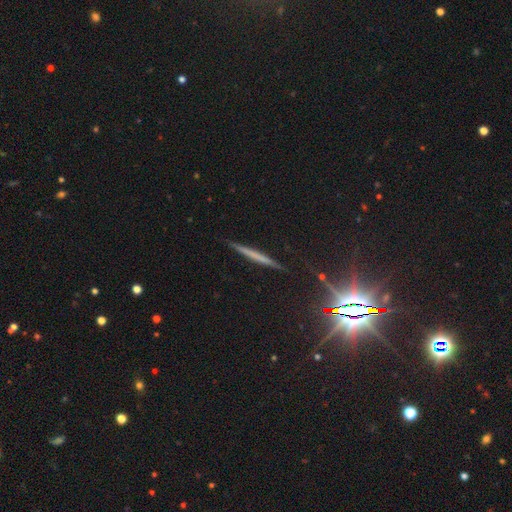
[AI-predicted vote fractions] A smooth galaxy with no disk features (42%, tied with featured or disk).

Vote fractions:
- Smooth or featured? smooth: 42% (tied) / featured or disk: 42% (tied) / star or artifact: 15%
- Merging? none: 89% / minor disturbance: 8% / major disturbance: 2% / merger: 1%